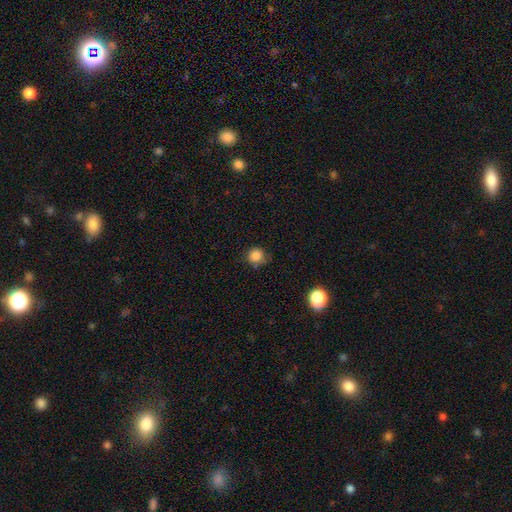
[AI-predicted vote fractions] smooth-or-featured: smooth: 84% | star or artifact: 11% | featured or disk: 5%
  how-rounded: round: 91% | in between: 8% | cigar-shaped: 1%
  merging: none: 74% | minor disturbance: 20% | major disturbance: 4% | merger: 2%